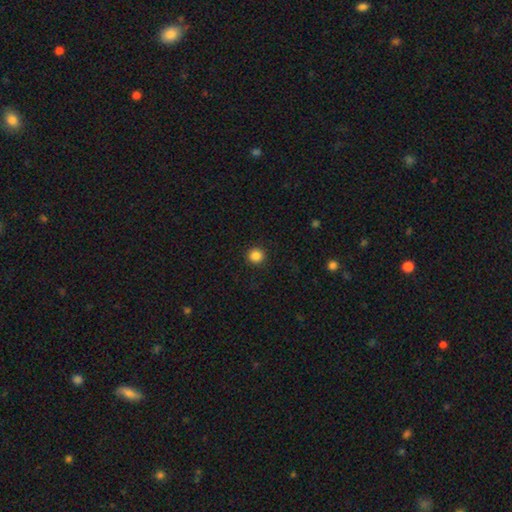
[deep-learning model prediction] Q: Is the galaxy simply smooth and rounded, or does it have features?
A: smooth — 86%.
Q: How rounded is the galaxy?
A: round — 95%.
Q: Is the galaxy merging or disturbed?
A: none — 92%.